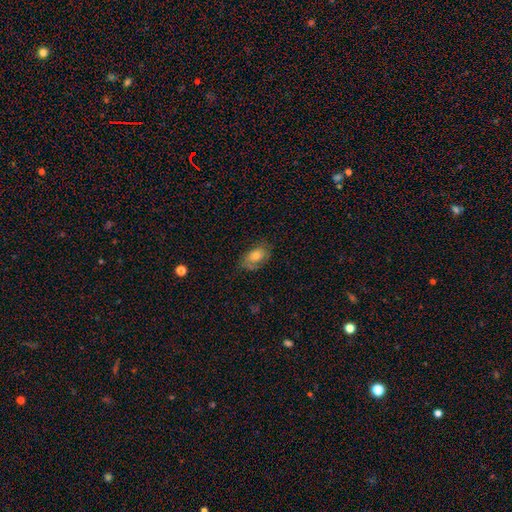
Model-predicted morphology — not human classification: Overall: smooth (64%; featured or disk 26%). How rounded: in between (88%). Merging: none (67%).